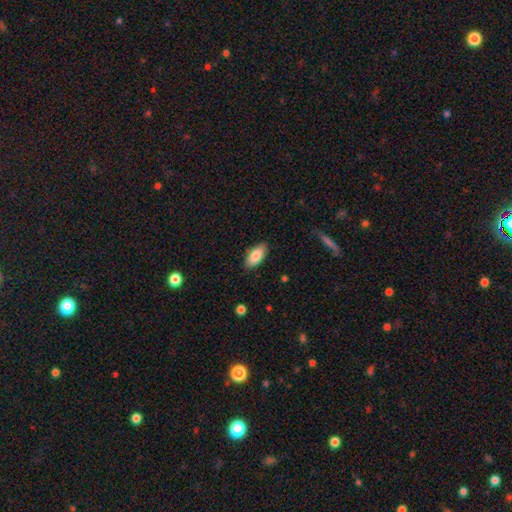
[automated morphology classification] A smooth galaxy with no disk features (83%) that is in between round and cigar-shaped (90%).

Vote fractions:
- Smooth or featured? smooth: 83% / featured or disk: 10% / star or artifact: 6%
- How rounded? in between: 90% / cigar-shaped: 8% / round: 2%
- Merging? none: 87% / minor disturbance: 10% / major disturbance: 2% / merger: 1%